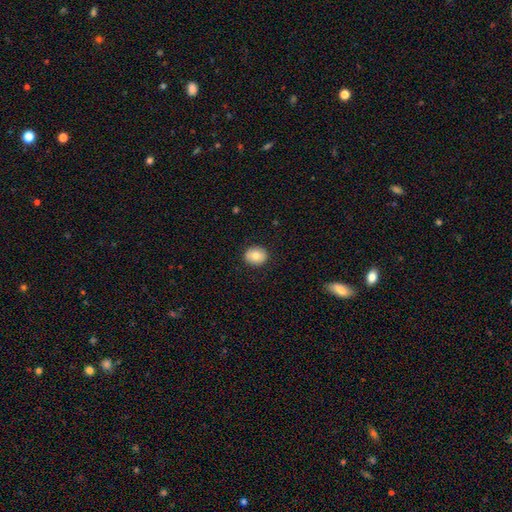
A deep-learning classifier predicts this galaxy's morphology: type=smooth (79%); roundness=round (64%); merging=none (88%).